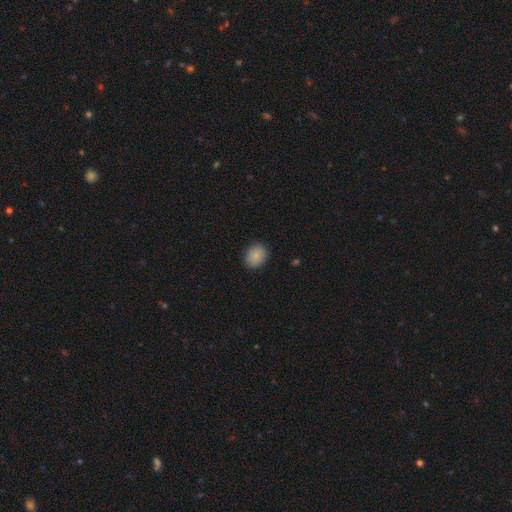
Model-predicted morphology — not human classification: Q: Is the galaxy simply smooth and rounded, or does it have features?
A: smooth — 87%.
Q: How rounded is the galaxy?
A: in between — 51%.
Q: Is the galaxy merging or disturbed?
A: none — 88%.